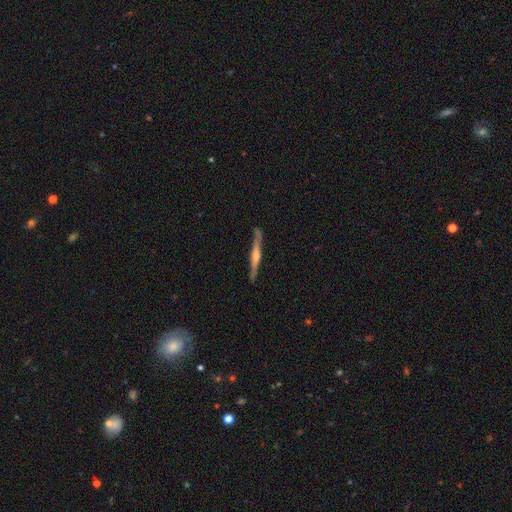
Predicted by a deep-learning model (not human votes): A featured or disk galaxy (78%) viewed edge-on (98%) with a rounded central bulge (76%).

Vote fractions:
- Smooth or featured? featured or disk: 78% / smooth: 16% / star or artifact: 5%
- Edge-on disk? yes: 98% / no: 2%
- Edge-on bulge? rounded: 76% / none: 12% / boxy: 12%
- Merging? none: 90% / minor disturbance: 8% / major disturbance: 1% / merger: 1%